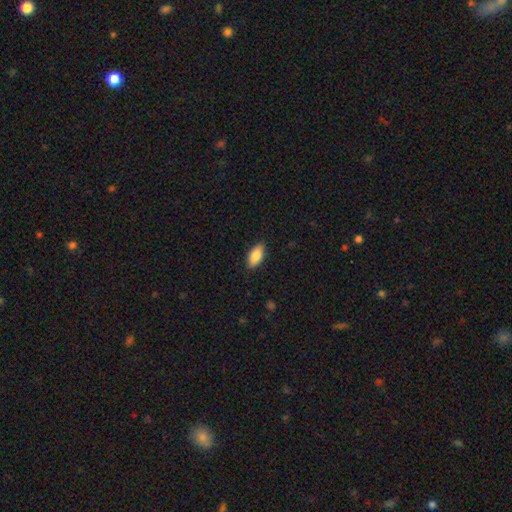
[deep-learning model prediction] Smooth or featured? smooth (83%)
How rounded? in between (89%)
Merging? none (88%)